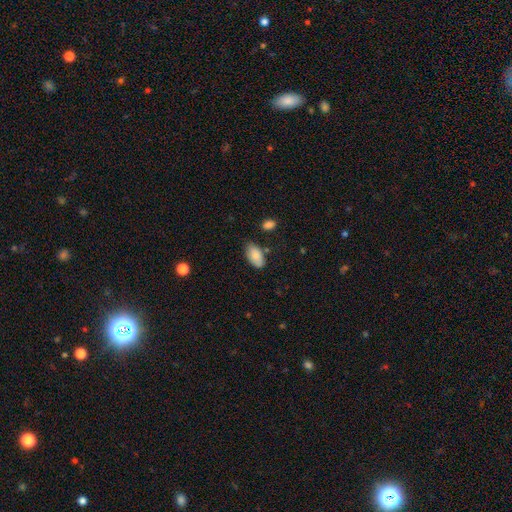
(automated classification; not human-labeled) Smooth or featured? Predicted: smooth (p=0.84). How rounded? Predicted: in between (p=0.94). Merging? Predicted: none (p=0.71).